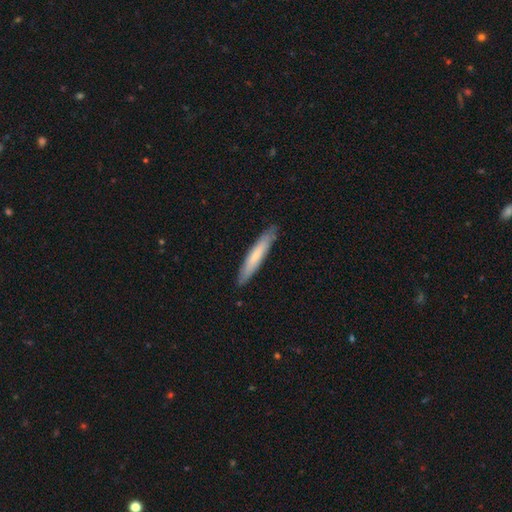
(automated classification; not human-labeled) The model was most divided on "smooth or featured": smooth: 67%, featured or disk: 27%, star or artifact: 5%. More confident: how rounded — cigar-shaped (92%); merging — none (87%).